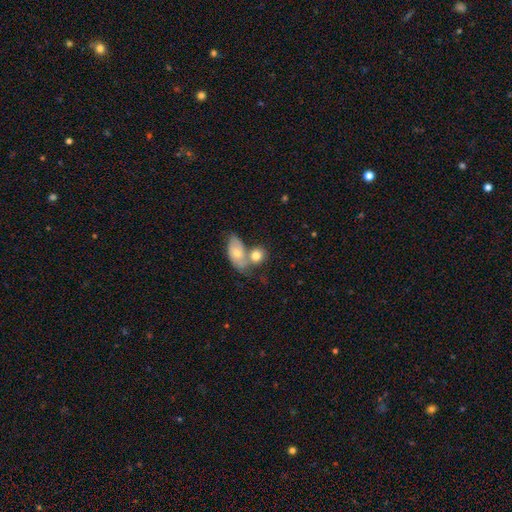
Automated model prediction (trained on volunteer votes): The model was most divided on "how rounded": round: 51%, in between: 46%, cigar-shaped: 3%. More confident: smooth or featured — smooth (75%); merging — merger (51%).